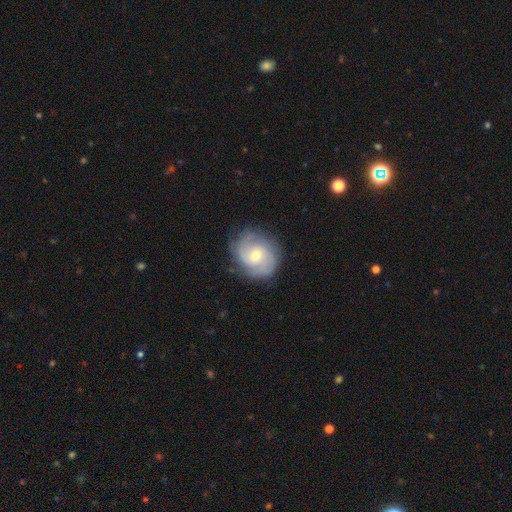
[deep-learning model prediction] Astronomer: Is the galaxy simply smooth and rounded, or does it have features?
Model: featured or disk — 72%.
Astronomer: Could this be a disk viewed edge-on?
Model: no — 97%.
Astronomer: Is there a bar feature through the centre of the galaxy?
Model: no — 58% (runner-up: weak, 36%).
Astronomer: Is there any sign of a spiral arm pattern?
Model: yes — 91%.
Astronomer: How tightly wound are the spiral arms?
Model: tight — 49% (runner-up: medium, 38%).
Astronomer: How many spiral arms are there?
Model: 2 — 39% (runner-up: can't tell, 29%).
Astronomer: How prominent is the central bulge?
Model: moderate — 50% (runner-up: small, 46%).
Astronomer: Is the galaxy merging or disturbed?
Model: none — 77%.